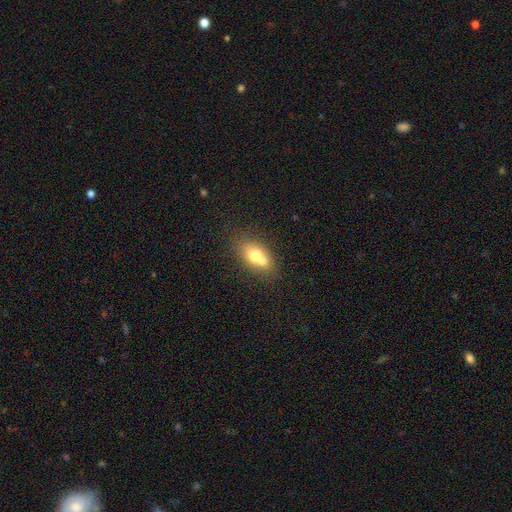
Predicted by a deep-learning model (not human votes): Smooth or featured: smooth — 65% (featured or disk — 26%)
How rounded: in between — 75% (round — 21%)
Merging: merger — 51% (none — 35%)